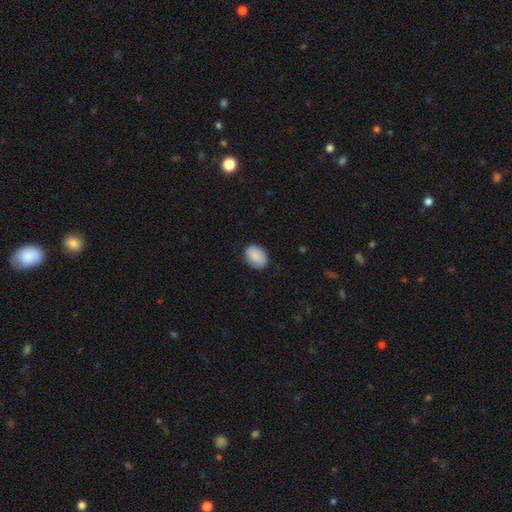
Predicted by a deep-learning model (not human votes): This is clearly a smooth galaxy (86%). How rounded: likely in between (78%). Merging: clearly none (80%).